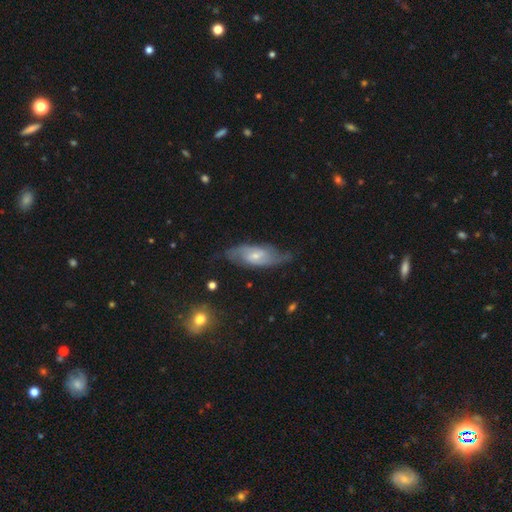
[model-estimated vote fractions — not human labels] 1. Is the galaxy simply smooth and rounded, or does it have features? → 74% featured or disk, 20% smooth, 6% star or artifact.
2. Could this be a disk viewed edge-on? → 90% no, 10% yes.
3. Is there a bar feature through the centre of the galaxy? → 45% weak (tied), 45% no (tied), 10% strong.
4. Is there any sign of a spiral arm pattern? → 92% yes, 8% no.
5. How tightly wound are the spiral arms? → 45% medium, 30% tight, 25% loose.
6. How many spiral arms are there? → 77% 2, 15% can't tell, 4% 3, 2% 1, 2% 4, 1% more than 4.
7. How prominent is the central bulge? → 59% small, 36% moderate, 3% none, 2% large, 1% dominant.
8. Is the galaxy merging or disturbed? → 68% none, 22% minor disturbance, 8% major disturbance, 2% merger.